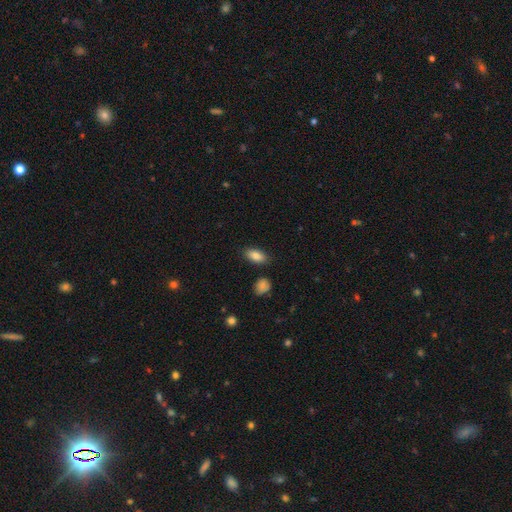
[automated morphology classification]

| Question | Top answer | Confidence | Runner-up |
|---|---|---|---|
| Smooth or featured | smooth | 86% | star or artifact (7%) |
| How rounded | in between | 90% | cigar-shaped (6%) |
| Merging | none | 85% | minor disturbance (10%) |